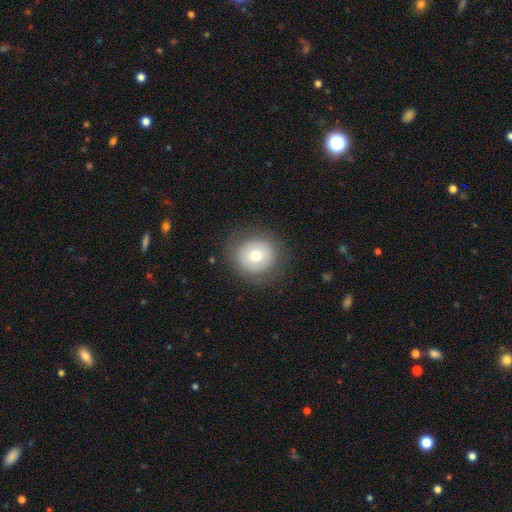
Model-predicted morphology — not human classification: Overall: smooth (71%). How rounded: round (90%). Merging: none (85%).